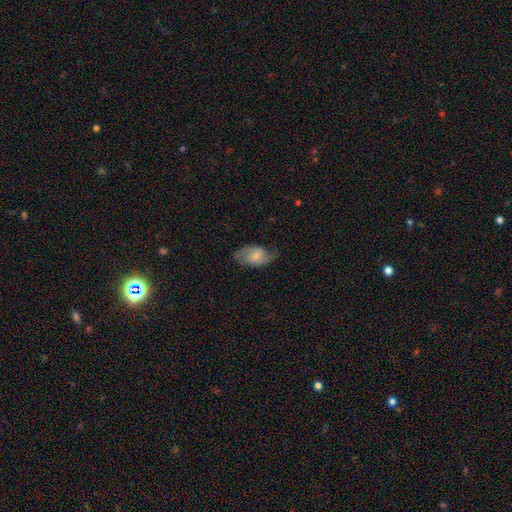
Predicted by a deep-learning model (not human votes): Smooth or featured? Predicted: featured or disk (p=0.55). Edge-on disk? Predicted: no (p=0.95). Bar? Predicted: weak (p=0.48). Spiral arms? Predicted: yes (p=0.88). Bulge size? Predicted: small (p=0.40). Merging? Predicted: none (p=0.67).